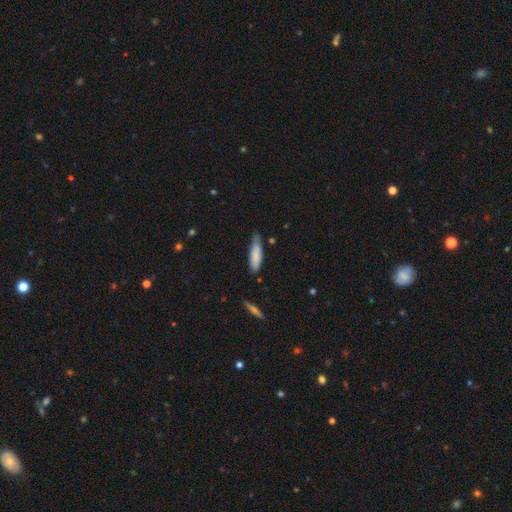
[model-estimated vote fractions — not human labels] Smooth or featured: smooth — 81% (featured or disk — 13%)
How rounded: cigar-shaped — 61% (in between — 38%)
Merging: none — 57% (minor disturbance — 35%)